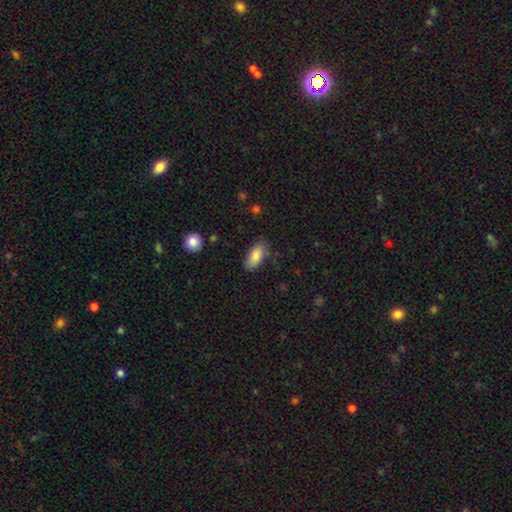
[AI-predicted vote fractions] Morphology: type=smooth (86%); roundness=in between (88%); merging=none (79%).